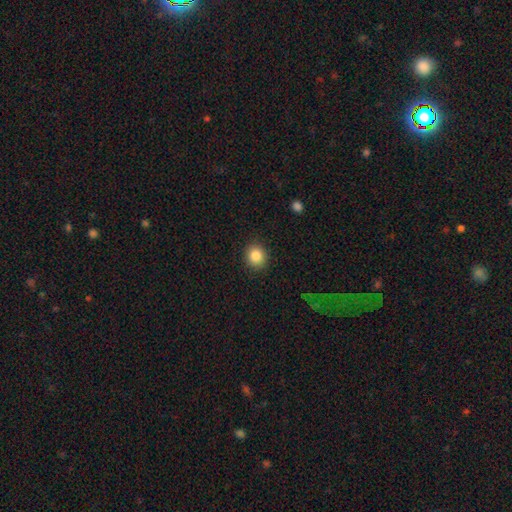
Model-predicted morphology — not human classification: Overall: smooth (86%). How rounded: round (76%). Merging: none (89%).